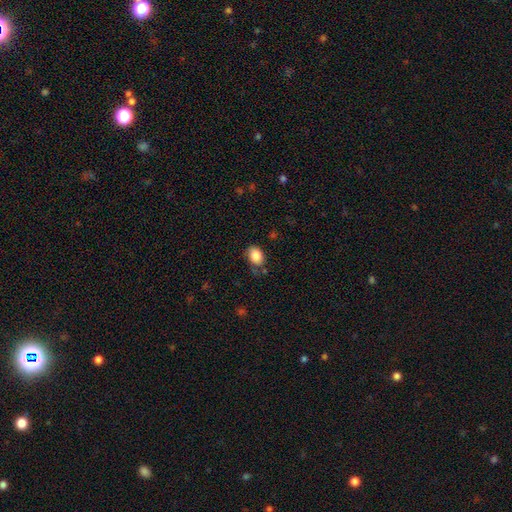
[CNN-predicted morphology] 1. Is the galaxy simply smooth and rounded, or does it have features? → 86% smooth, 8% star or artifact, 6% featured or disk.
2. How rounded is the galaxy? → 76% in between, 23% round, 1% cigar-shaped.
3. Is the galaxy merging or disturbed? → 66% none, 24% minor disturbance, 6% major disturbance, 3% merger.